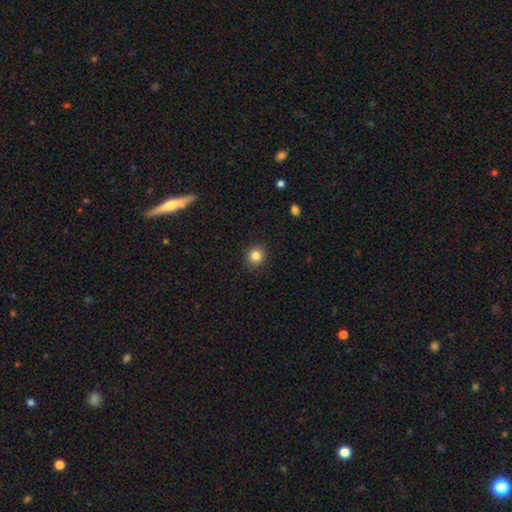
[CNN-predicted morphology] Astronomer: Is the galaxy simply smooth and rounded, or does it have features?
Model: smooth — 84%.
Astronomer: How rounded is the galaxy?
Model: round — 91%.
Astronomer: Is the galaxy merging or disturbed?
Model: none — 91%.